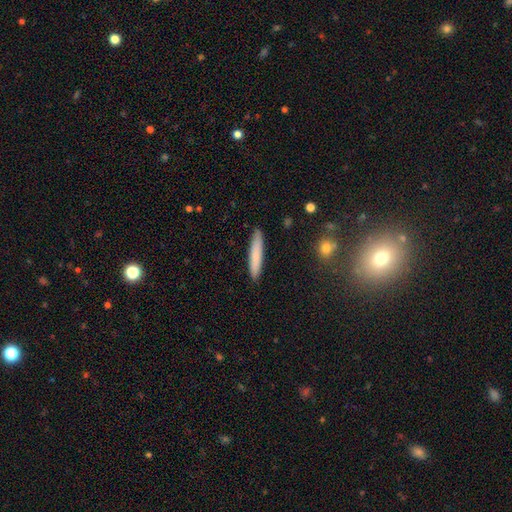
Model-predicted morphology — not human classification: Smooth or featured? smooth (79%)
How rounded? cigar-shaped (92%)
Merging? none (91%)